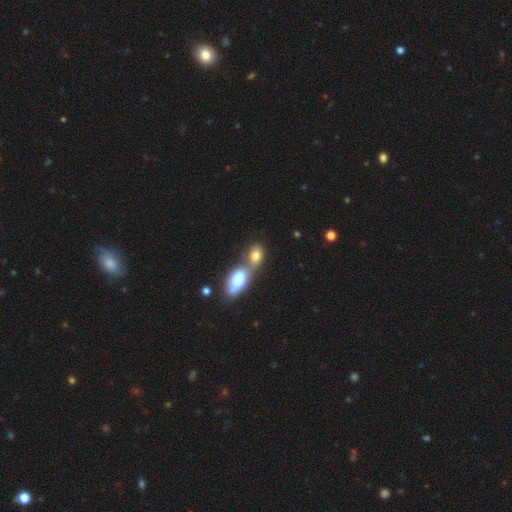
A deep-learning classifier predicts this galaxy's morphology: The model was most divided on "merging": merger: 63%, none: 26%, minor disturbance: 7%, major disturbance: 4%. More confident: smooth or featured — smooth (76%); how rounded — in between (73%).